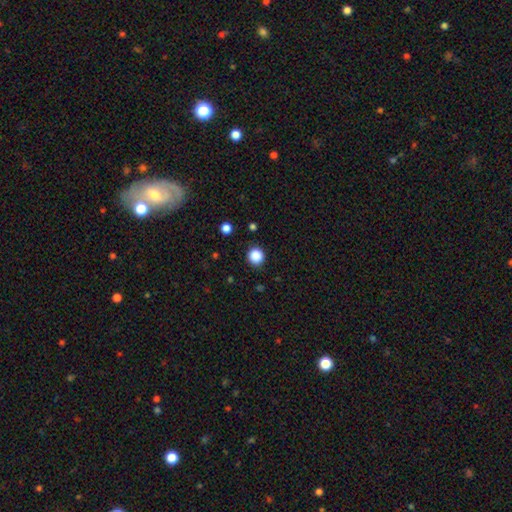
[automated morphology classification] Smooth or featured? Predicted: smooth (p=0.87). How rounded? Predicted: round (p=0.94). Merging? Predicted: none (p=0.90).